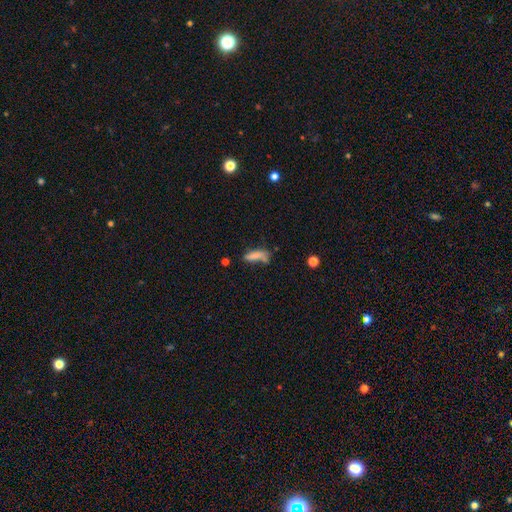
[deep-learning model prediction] Smooth or featured?
  - smooth: 73% *
  - featured or disk: 16%
  - star or artifact: 11%
How rounded?
  - cigar-shaped: 56% *
  - in between: 42%
  - round: 3%
Merging?
  - none: 41% *
  - minor disturbance: 25%
  - major disturbance: 18%
  - merger: 17%